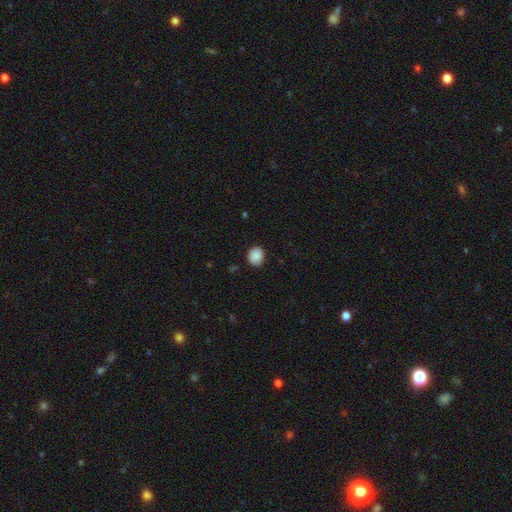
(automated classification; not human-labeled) Smooth or featured?
  - smooth: 89% *
  - star or artifact: 8%
  - featured or disk: 3%
How rounded?
  - round: 78% *
  - in between: 21%
  - cigar-shaped: 1%
Merging?
  - none: 87% *
  - minor disturbance: 10%
  - major disturbance: 2%
  - merger: 1%